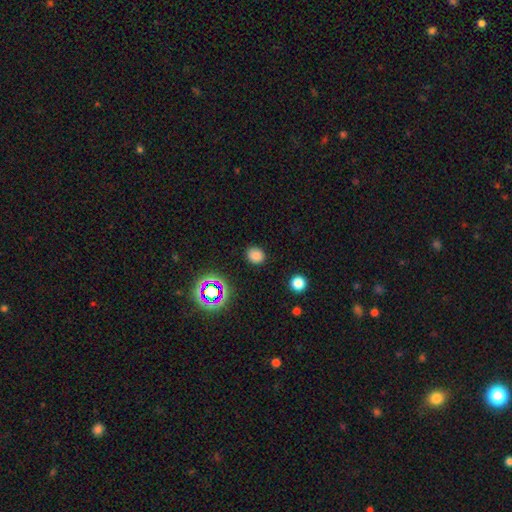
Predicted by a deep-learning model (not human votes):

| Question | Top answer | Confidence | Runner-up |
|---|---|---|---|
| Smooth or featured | smooth | 78% | star or artifact (16%) |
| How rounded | round | 68% | in between (31%) |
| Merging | none | 88% | minor disturbance (8%) |